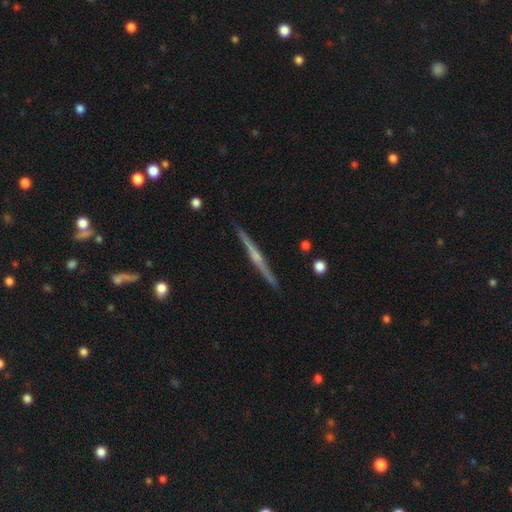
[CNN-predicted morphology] Q: Smooth or featured?
A: featured or disk (81%); runner-up: smooth (14%)
Q: Edge-on disk?
A: yes (98%); runner-up: no (2%)
Q: Edge-on bulge?
A: rounded (77%); runner-up: none (15%)
Q: Merging?
A: none (92%); runner-up: minor disturbance (6%)